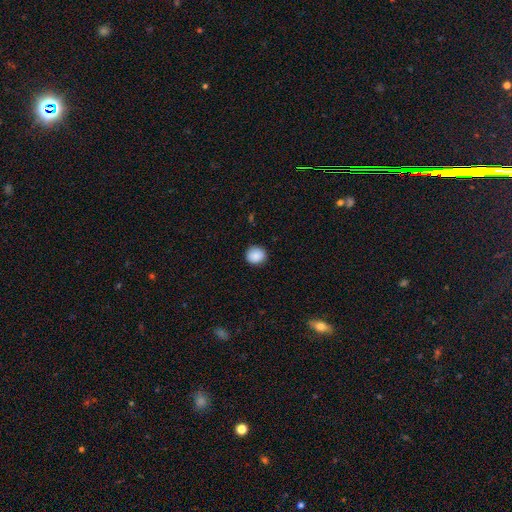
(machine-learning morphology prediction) smooth_or_featured: smooth (p=0.89) [alt: star or artifact p=0.08]
how_rounded: round (p=0.85) [alt: in between p=0.14]
merging: none (p=0.89) [alt: minor disturbance p=0.08]